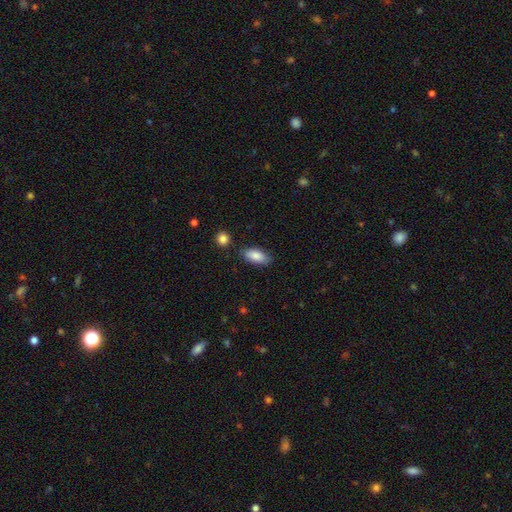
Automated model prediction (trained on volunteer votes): Overall: smooth (86%). How rounded: in between (89%). Merging: none (81%).